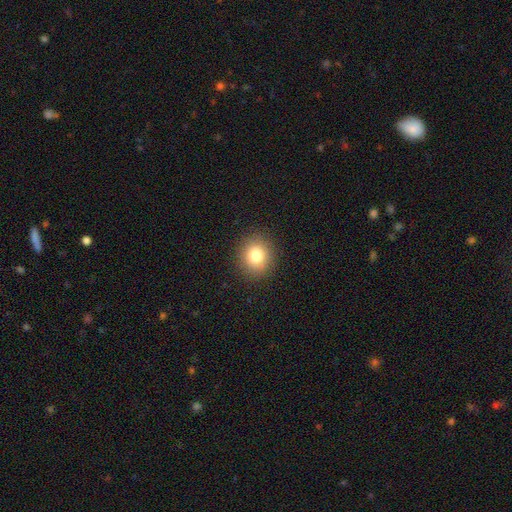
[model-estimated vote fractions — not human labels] smooth 81%, star or artifact 11%, featured or disk 8%. Down the decision tree: how rounded — round (79%); merging — none (90%).